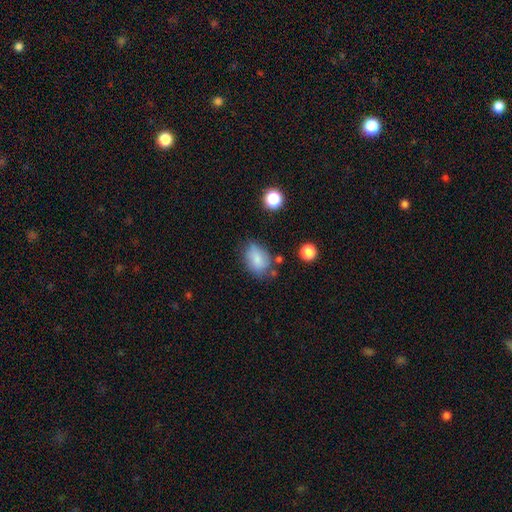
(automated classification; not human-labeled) Overall: smooth (79%). How rounded: in between (79%). Merging: none (62%; minor disturbance 25%).